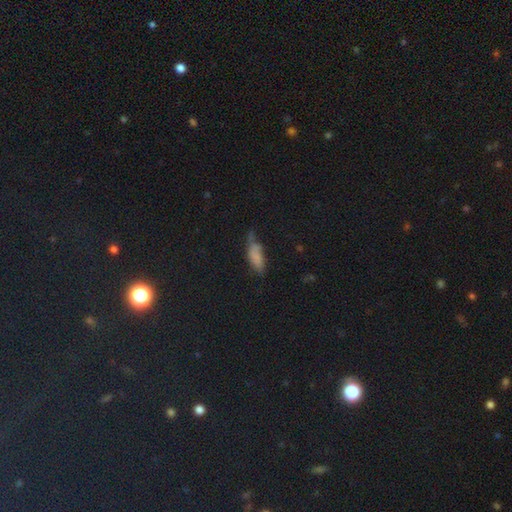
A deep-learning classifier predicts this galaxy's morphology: Smooth or featured? smooth (76%)
How rounded? in between (73%)
Merging? none (40%)